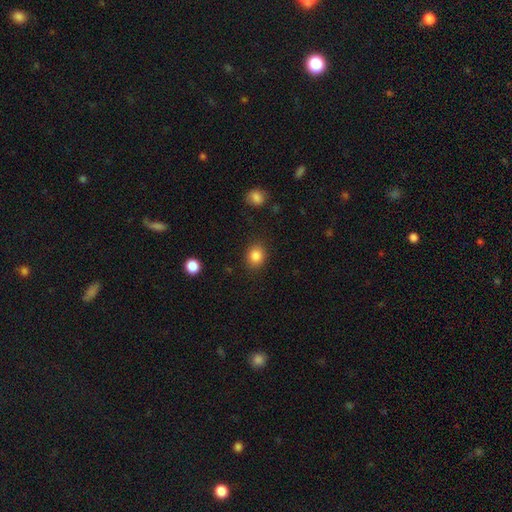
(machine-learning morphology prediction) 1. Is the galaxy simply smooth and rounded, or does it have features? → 86% smooth, 10% star or artifact, 5% featured or disk.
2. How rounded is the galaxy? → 64% round, 35% in between, 1% cigar-shaped.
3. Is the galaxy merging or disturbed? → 87% none, 9% minor disturbance, 3% major disturbance, 2% merger.